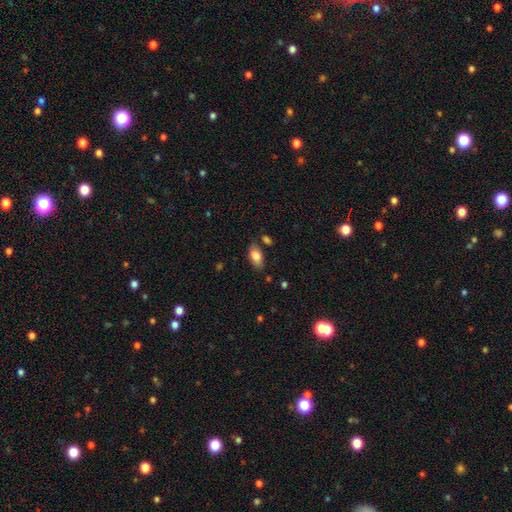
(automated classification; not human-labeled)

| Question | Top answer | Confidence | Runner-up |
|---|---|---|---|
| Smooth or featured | smooth | 84% | featured or disk (9%) |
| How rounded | in between | 91% | cigar-shaped (5%) |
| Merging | none | 74% | minor disturbance (17%) |